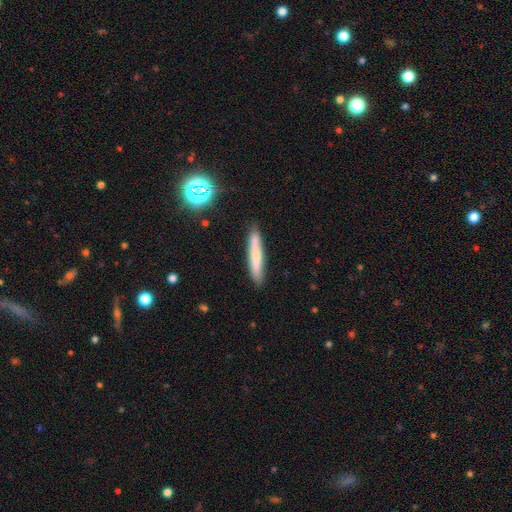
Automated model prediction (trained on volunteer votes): Smooth or featured?
  - smooth: 67% *
  - featured or disk: 25%
  - star or artifact: 8%
How rounded?
  - cigar-shaped: 93% *
  - in between: 6%
  - round: 1%
Merging?
  - none: 85% *
  - minor disturbance: 11%
  - major disturbance: 2%
  - merger: 2%